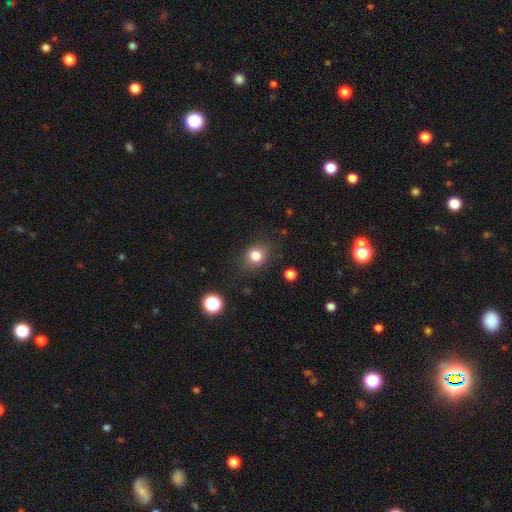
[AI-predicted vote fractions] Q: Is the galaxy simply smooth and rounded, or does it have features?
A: smooth — 81%.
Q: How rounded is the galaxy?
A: round — 70%.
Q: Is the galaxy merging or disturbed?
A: none — 82%.